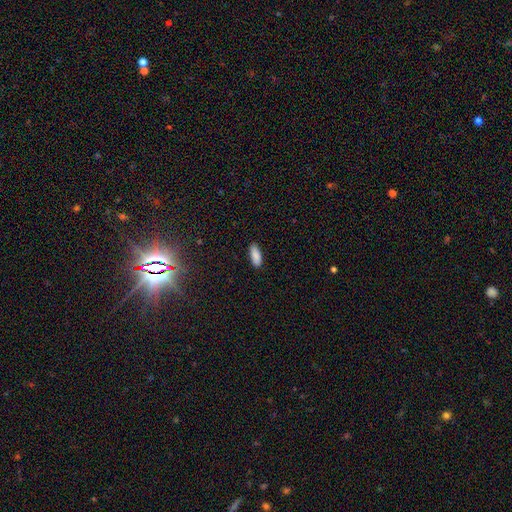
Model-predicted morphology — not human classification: Overall: smooth (89%). How rounded: in between (77%). Merging: none (89%).